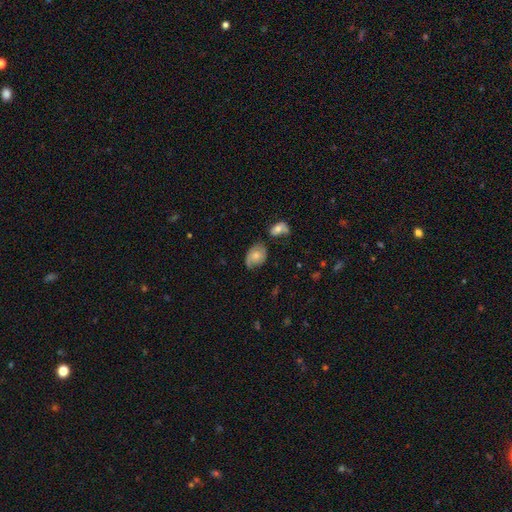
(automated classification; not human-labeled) Smooth or featured? Predicted: smooth (p=0.51). How rounded? Predicted: in between (p=0.68). Merging? Predicted: none (p=0.47).